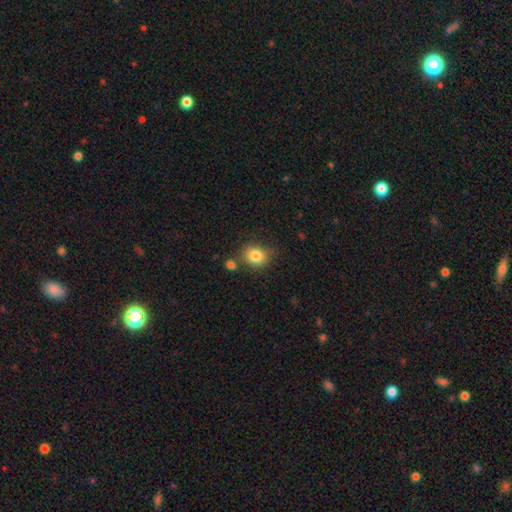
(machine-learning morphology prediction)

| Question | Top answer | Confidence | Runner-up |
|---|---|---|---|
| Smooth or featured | smooth | 83% | star or artifact (10%) |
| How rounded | round | 65% | in between (34%) |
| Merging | none | 70% | minor disturbance (16%) |